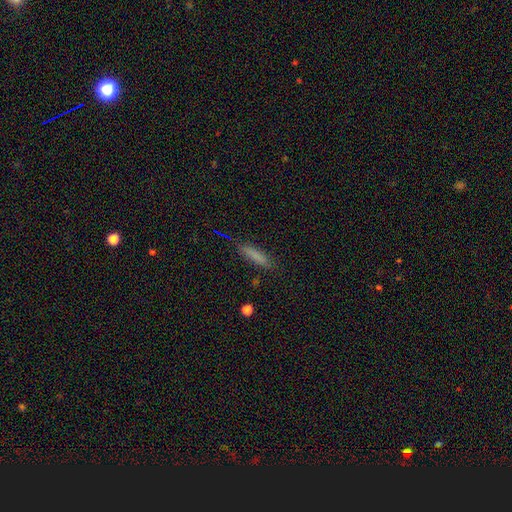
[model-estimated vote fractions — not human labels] smooth-or-featured: smooth: 78% | featured or disk: 12% | star or artifact: 10%
  how-rounded: cigar-shaped: 80% | in between: 18% | round: 2%
  merging: none: 78% | minor disturbance: 16% | major disturbance: 4% | merger: 2%